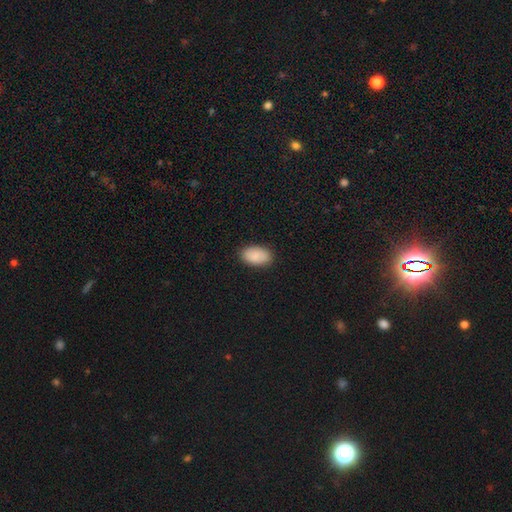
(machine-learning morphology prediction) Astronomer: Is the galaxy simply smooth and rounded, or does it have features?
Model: smooth — 88%.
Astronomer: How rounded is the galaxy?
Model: in between — 94%.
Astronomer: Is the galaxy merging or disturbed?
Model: none — 87%.